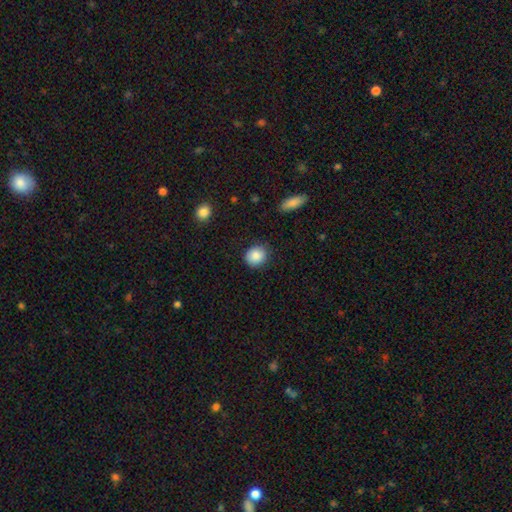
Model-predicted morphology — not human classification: A smooth galaxy with no disk features (87%) that is round (78%).

Vote fractions:
- Smooth or featured? smooth: 87% / star or artifact: 8% / featured or disk: 5%
- How rounded? round: 78% / in between: 21% / cigar-shaped: 1%
- Merging? none: 86% / minor disturbance: 11% / major disturbance: 2% / merger: 1%